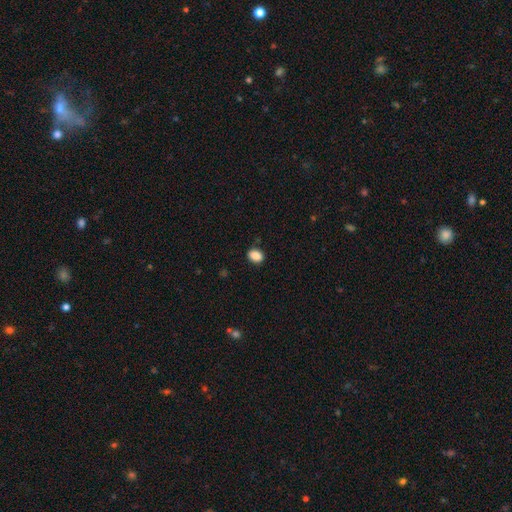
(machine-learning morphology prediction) The model was most divided on "how rounded": in between: 72%, round: 27%, cigar-shaped: 1%. More confident: smooth or featured — smooth (88%); merging — none (84%).